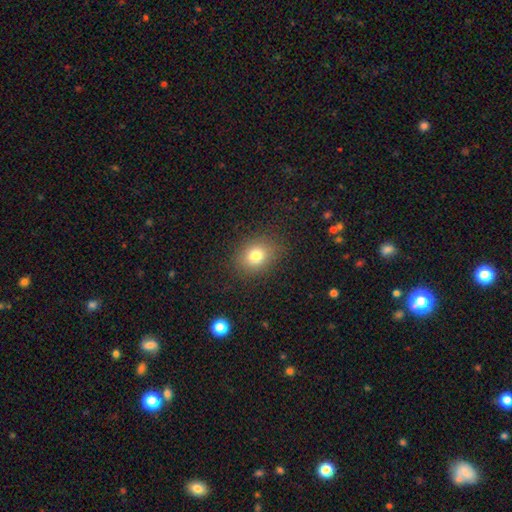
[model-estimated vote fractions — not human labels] This is likely a smooth galaxy (77%). How rounded: possibly round (54%). Merging: clearly none (85%).